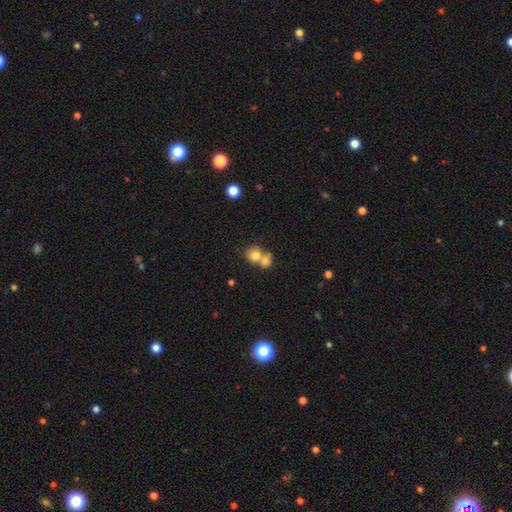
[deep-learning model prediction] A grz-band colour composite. It shows a smooth galaxy with no disk features (77%) that is round (78%). Merging: merger (60%).